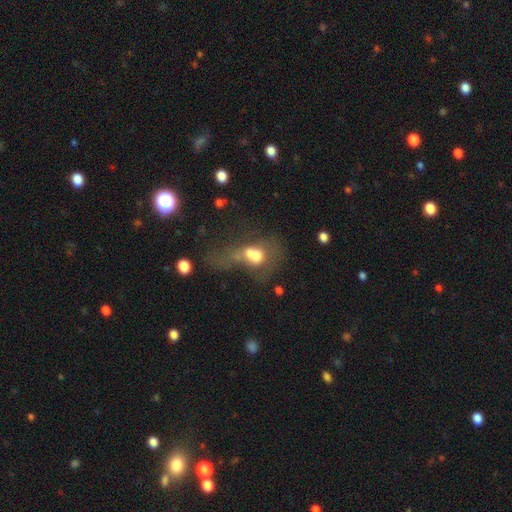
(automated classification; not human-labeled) Overall: smooth (57%; featured or disk 30%). How rounded: in between (52%; round 45%). Merging: merger (55%; major disturbance 25%).